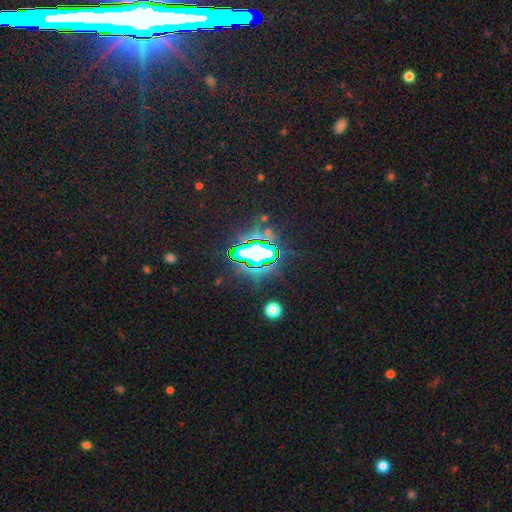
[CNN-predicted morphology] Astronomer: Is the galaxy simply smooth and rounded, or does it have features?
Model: star or artifact — 72%.